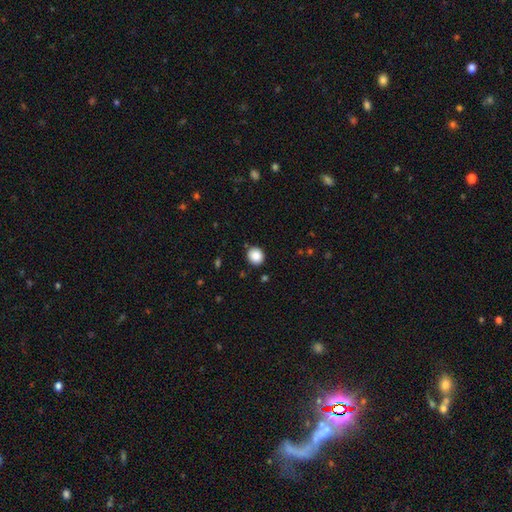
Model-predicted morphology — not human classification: Smooth or featured? Predicted: smooth (p=0.88). How rounded? Predicted: round (p=0.82). Merging? Predicted: none (p=0.88).